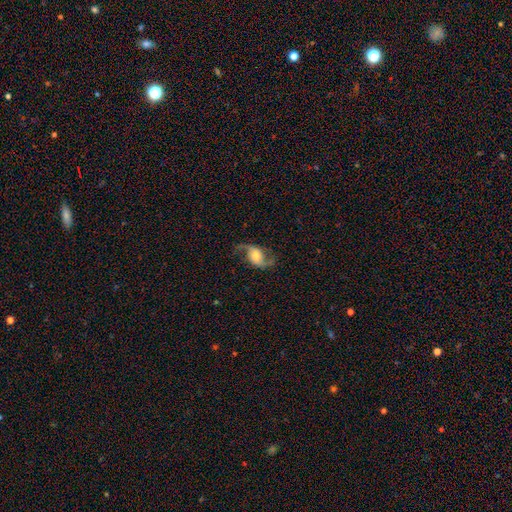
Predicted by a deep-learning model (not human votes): smooth_or_featured: featured or disk (p=0.85) [alt: smooth p=0.08]
disk_edge_on: no (p=0.97) [alt: yes p=0.03]
bar: no (p=0.58) [alt: weak p=0.31]
has_spiral_arms: yes (p=0.96) [alt: no p=0.04]
spiral_winding: loose (p=0.72) [alt: medium p=0.23]
spiral_arm_count: 2 (p=0.93) [alt: 1 p=0.02]
bulge_size: moderate (p=0.51) [alt: small p=0.32]
merging: none (p=0.74) [alt: minor disturbance p=0.15]